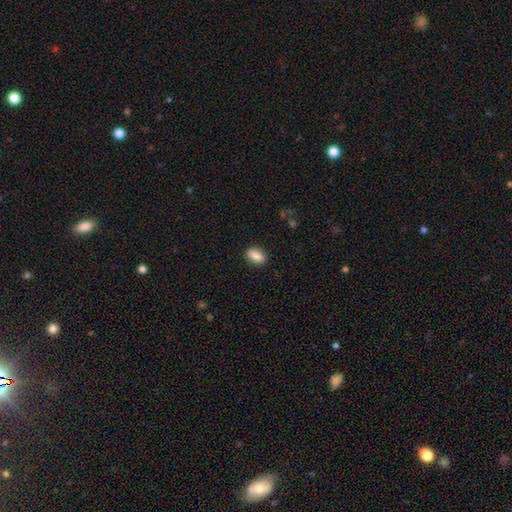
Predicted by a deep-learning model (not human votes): The model was most divided on "how rounded": in between: 89%, round: 9%, cigar-shaped: 2%. More confident: merging — none (89%); smooth or featured — smooth (88%).